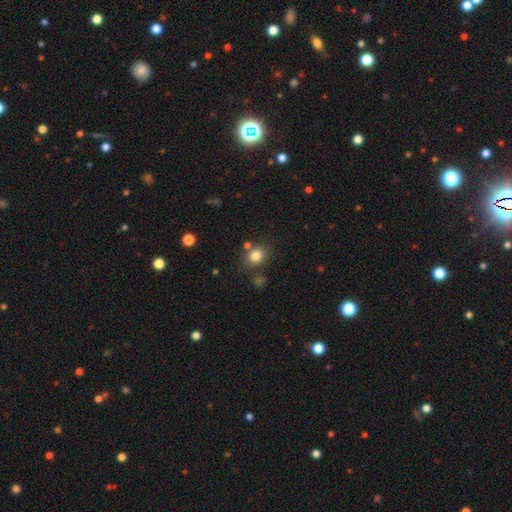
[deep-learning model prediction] This is clearly a smooth galaxy (81%). How rounded: possibly round (56%). Merging: likely none (74%).